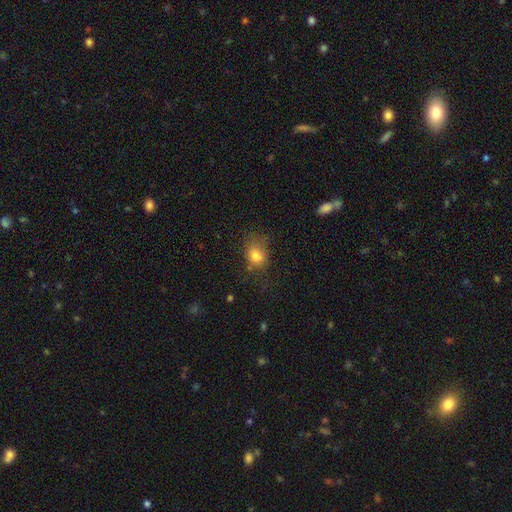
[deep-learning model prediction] Q: Smooth or featured?
A: smooth (78%); runner-up: star or artifact (11%)
Q: How rounded?
A: in between (56%); runner-up: round (42%)
Q: Merging?
A: none (53%); runner-up: minor disturbance (27%)